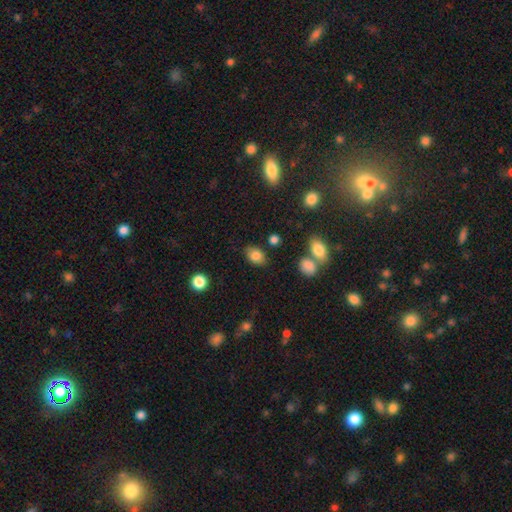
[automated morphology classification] type=smooth (82%); roundness=in between (77%); merging=none (80%).